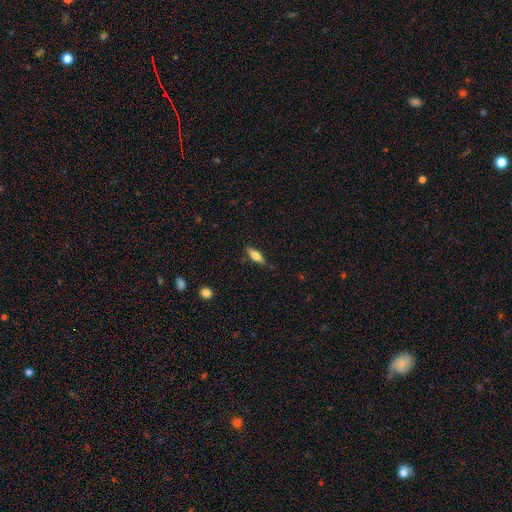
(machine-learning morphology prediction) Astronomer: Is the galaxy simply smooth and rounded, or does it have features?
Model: smooth — 59%.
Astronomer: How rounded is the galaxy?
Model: in between — 55% (runner-up: cigar-shaped, 42%).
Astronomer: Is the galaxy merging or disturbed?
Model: none — 81%.